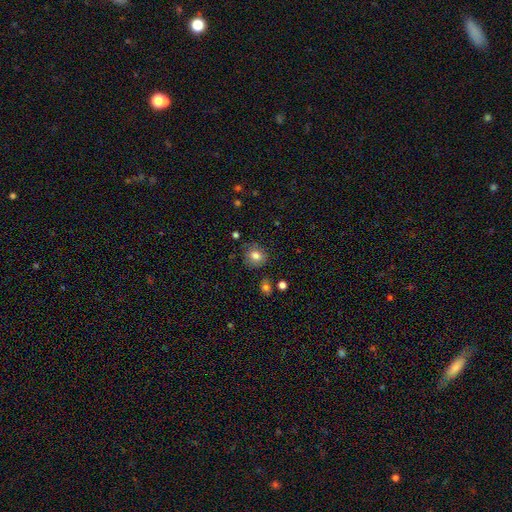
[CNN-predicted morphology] The model was most divided on "how rounded": round: 75%, in between: 24%, cigar-shaped: 1%. More confident: smooth or featured — smooth (80%); merging — none (77%).